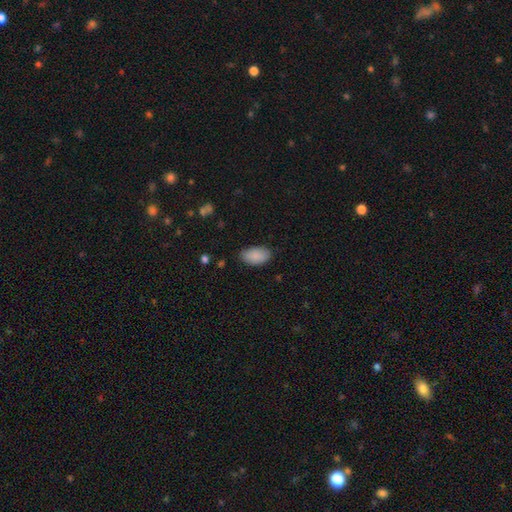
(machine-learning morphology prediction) Smooth or featured?
  - smooth: 88% *
  - star or artifact: 7%
  - featured or disk: 5%
How rounded?
  - in between: 95% *
  - round: 3%
  - cigar-shaped: 2%
Merging?
  - none: 82% *
  - minor disturbance: 14%
  - major disturbance: 3%
  - merger: 1%